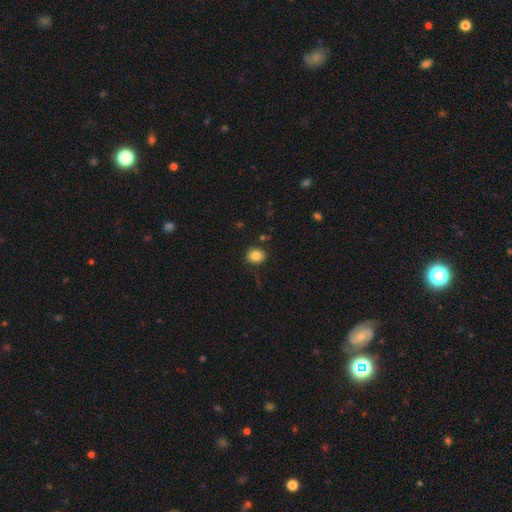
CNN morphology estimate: smooth 83%, star or artifact 10%, featured or disk 7%. Down the decision tree: how rounded — round (67%); merging — none (84%).